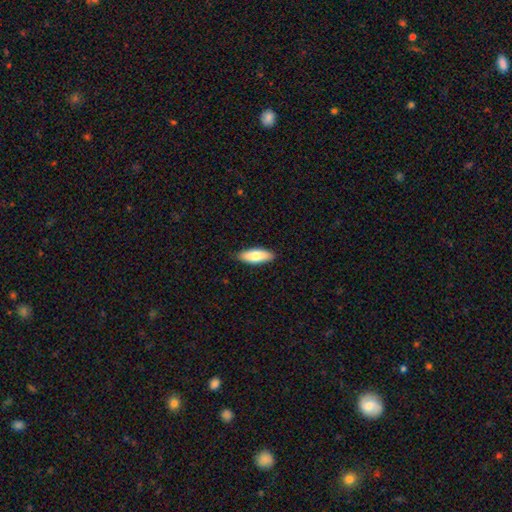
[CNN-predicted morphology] This is likely a smooth galaxy (79%). How rounded: likely in between (70%). Merging: clearly none (86%).